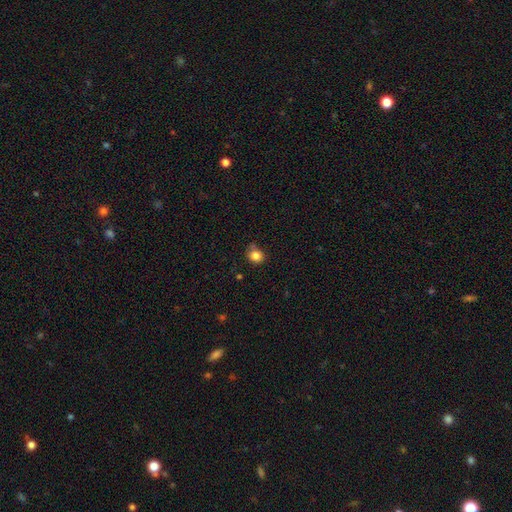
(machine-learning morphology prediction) smooth_or_featured: smooth (p=0.83) [alt: star or artifact p=0.11]
how_rounded: round (p=0.78) [alt: in between p=0.21]
merging: none (p=0.68) [alt: minor disturbance p=0.20]